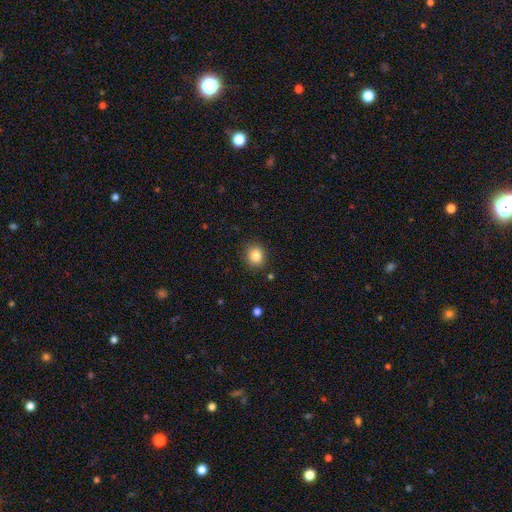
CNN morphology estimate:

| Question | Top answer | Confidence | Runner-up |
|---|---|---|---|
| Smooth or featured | smooth | 84% | star or artifact (10%) |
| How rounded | round | 76% | in between (24%) |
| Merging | none | 87% | minor disturbance (9%) |